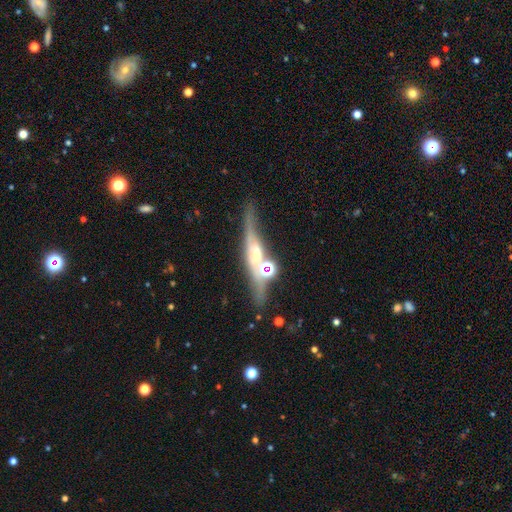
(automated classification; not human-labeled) Smooth or featured? Predicted: featured or disk (p=0.64). Edge-on disk? Predicted: yes (p=0.87). Edge-on bulge? Predicted: rounded (p=0.65). Merging? Predicted: none (p=0.65).